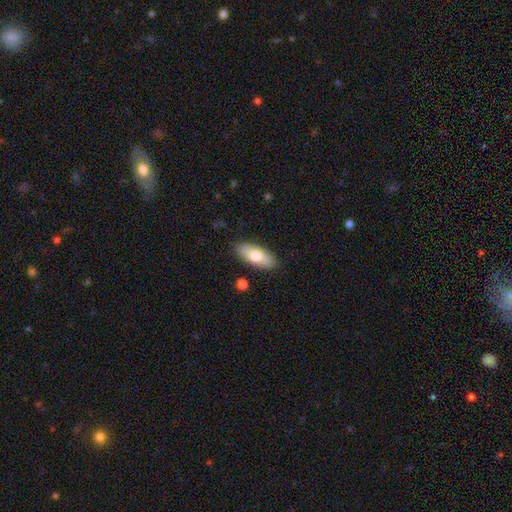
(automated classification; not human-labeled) smooth-or-featured: smooth: 73% | featured or disk: 21% | star or artifact: 6%
  how-rounded: in between: 81% | cigar-shaped: 16% | round: 3%
  merging: none: 87% | minor disturbance: 10% | major disturbance: 2% | merger: 2%